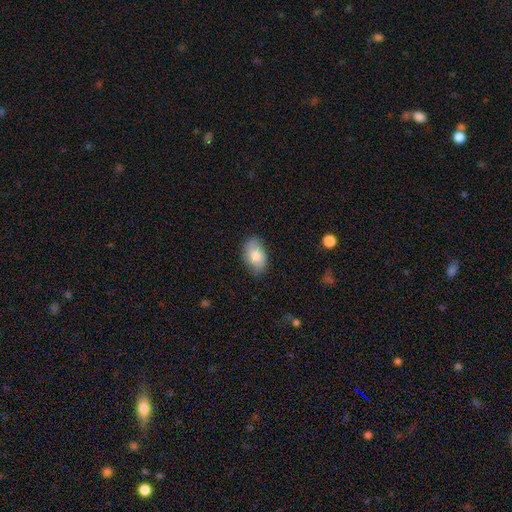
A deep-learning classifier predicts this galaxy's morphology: This appears to be a smooth galaxy with no disk features (81%) that is in between round and cigar-shaped (91%). Merging: none (80%).